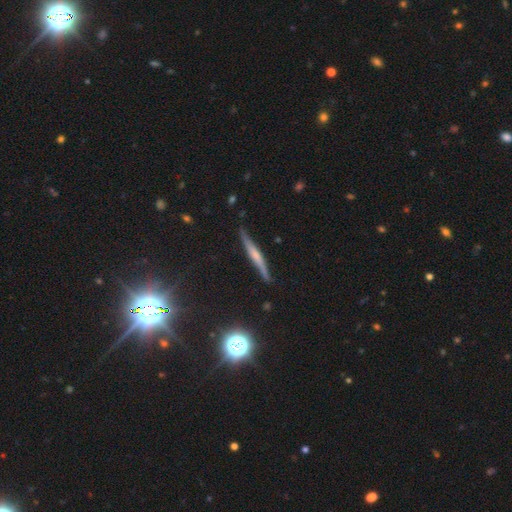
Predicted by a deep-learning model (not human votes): Smooth or featured? Predicted: featured or disk (p=0.56). Edge-on disk? Predicted: yes (p=0.95). Edge-on bulge? Predicted: rounded (p=0.44). Merging? Predicted: none (p=0.85).